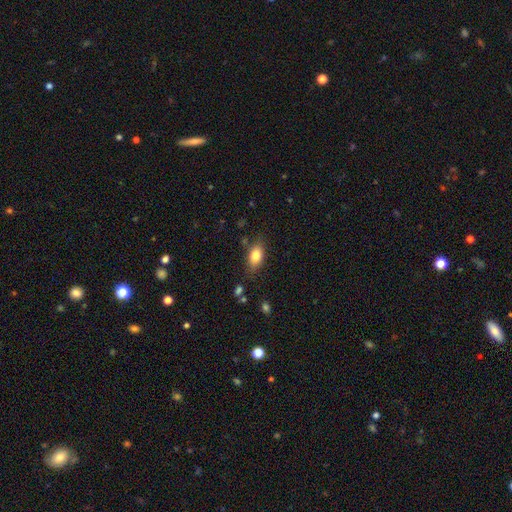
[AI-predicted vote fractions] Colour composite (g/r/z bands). It shows a smooth galaxy with no disk features (80%) that is in between round and cigar-shaped (84%). Merging: none (77%).